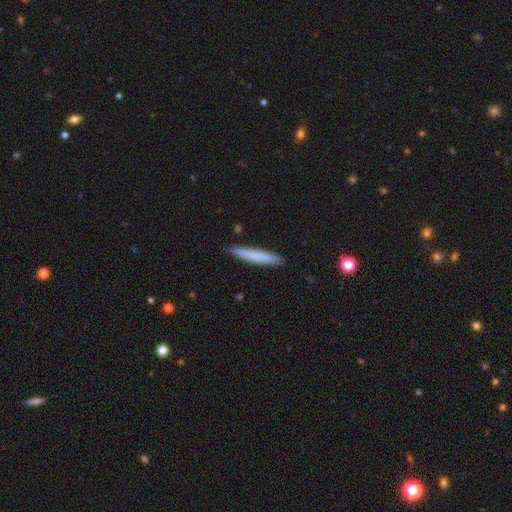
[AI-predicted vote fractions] This appears to be a smooth galaxy with no disk features (76%) that is cigar-shaped (95%). Merging: none (91%).